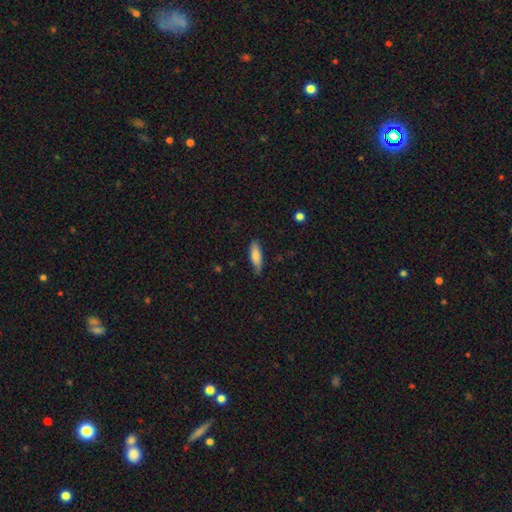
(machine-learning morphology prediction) smooth 80%, featured or disk 14%, star or artifact 6%. Down the decision tree: how rounded — in between (53%); merging — none (74%).